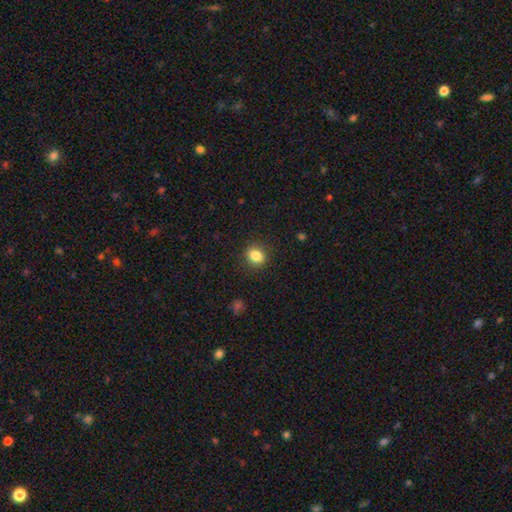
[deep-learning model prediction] Q: Smooth or featured?
A: smooth (85%); runner-up: star or artifact (10%)
Q: How rounded?
A: round (54%); runner-up: in between (44%)
Q: Merging?
A: none (88%); runner-up: minor disturbance (9%)